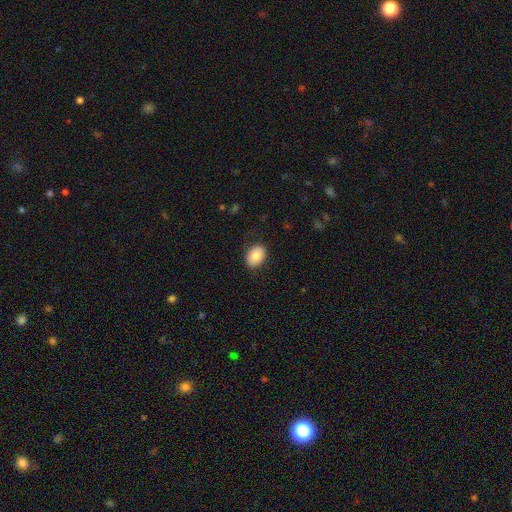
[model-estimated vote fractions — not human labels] smooth_or_featured: smooth (p=0.84) [alt: featured or disk p=0.09]
how_rounded: in between (p=0.76) [alt: round p=0.23]
merging: none (p=0.85) [alt: minor disturbance p=0.11]